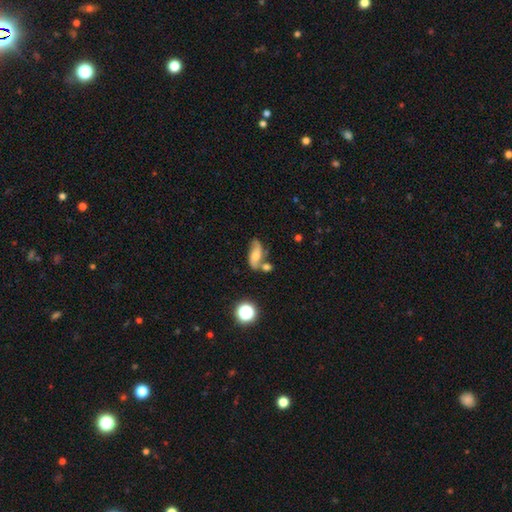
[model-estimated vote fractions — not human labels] featured or disk 60%, smooth 29%, star or artifact 11%. Down the decision tree: edge-on disk — no (90%); bar — no (58%); spiral arms — yes (90%); bulge size — moderate (43%); merging — none (51%).